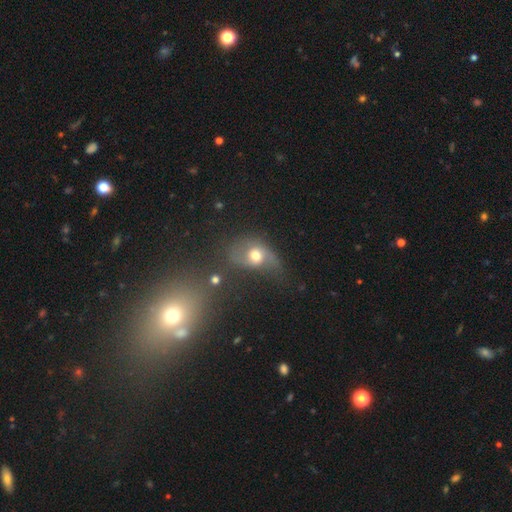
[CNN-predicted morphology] Q: Smooth or featured?
A: smooth (50%); runner-up: featured or disk (37%)
Q: How rounded?
A: in between (54%); runner-up: round (44%)
Q: Merging?
A: major disturbance (33%); runner-up: none (32%)